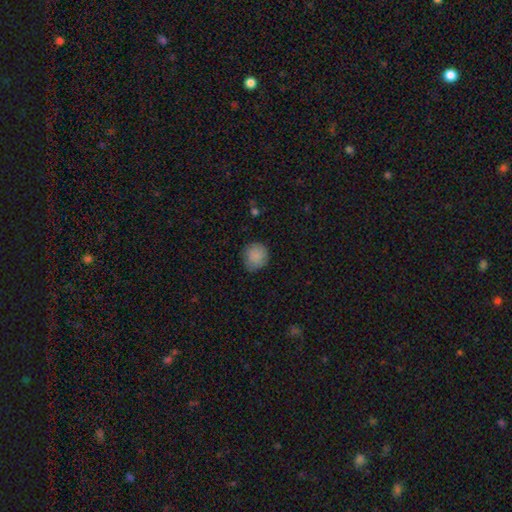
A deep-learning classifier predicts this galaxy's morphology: Smooth or featured? smooth (86%)
How rounded? round (85%)
Merging? none (78%)